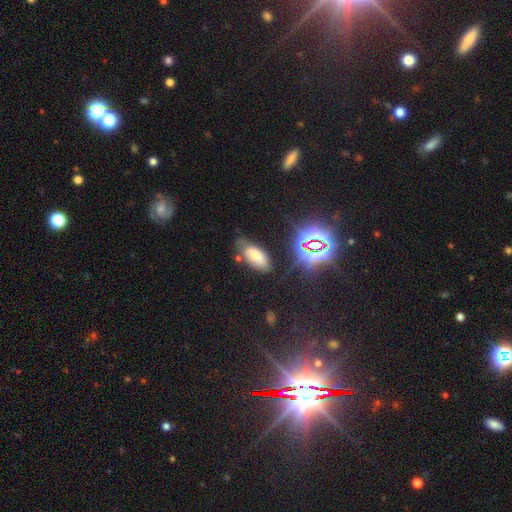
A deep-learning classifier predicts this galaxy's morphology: smooth 63%, star or artifact 21%, featured or disk 16%. Down the decision tree: how rounded — in between (90%); merging — none (64%).